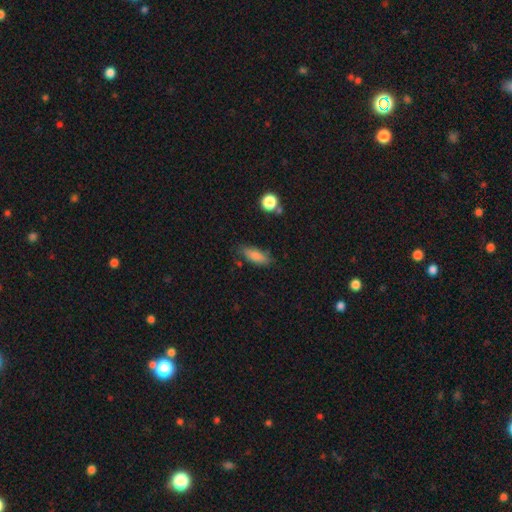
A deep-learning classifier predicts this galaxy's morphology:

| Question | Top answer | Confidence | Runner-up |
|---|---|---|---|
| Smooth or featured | smooth | 84% | featured or disk (8%) |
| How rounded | in between | 71% | cigar-shaped (26%) |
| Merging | none | 75% | minor disturbance (18%) |